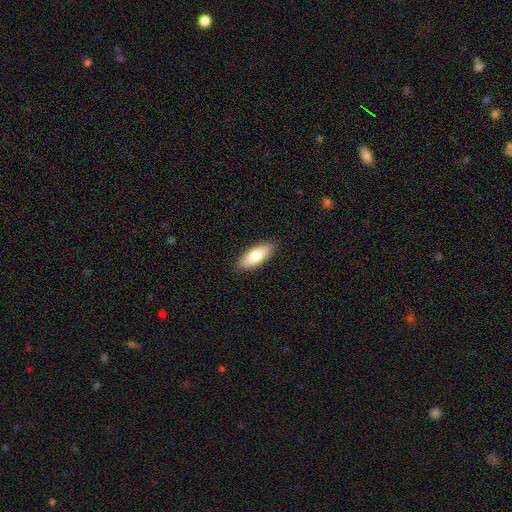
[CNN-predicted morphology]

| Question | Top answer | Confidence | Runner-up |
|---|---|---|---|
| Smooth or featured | smooth | 76% | featured or disk (19%) |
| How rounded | in between | 77% | cigar-shaped (21%) |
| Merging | none | 87% | minor disturbance (10%) |